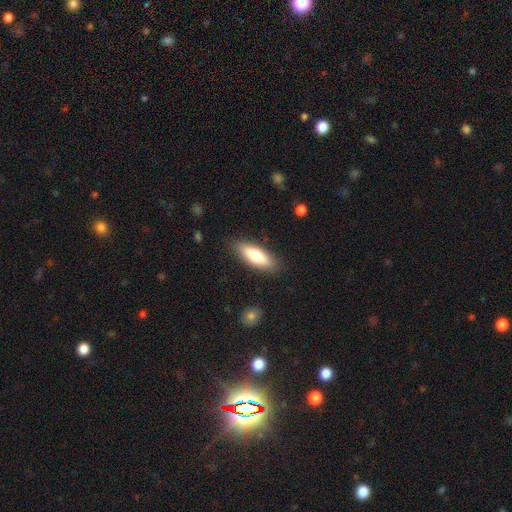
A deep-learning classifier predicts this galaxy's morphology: This is likely a smooth galaxy (73%). How rounded: likely in between (61%). Merging: clearly none (86%).